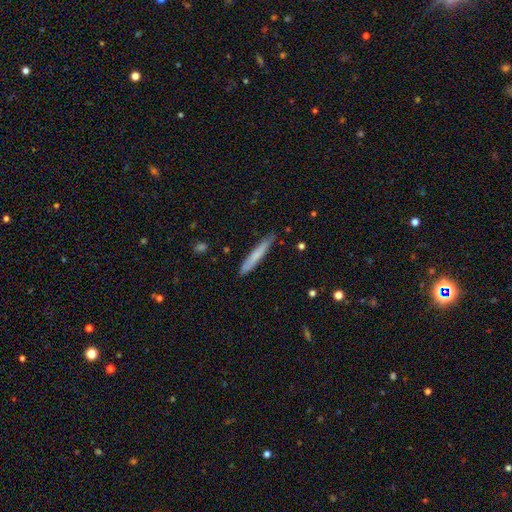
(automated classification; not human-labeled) smooth 72%, featured or disk 22%, star or artifact 6%. Down the decision tree: how rounded — cigar-shaped (96%); merging — none (86%).